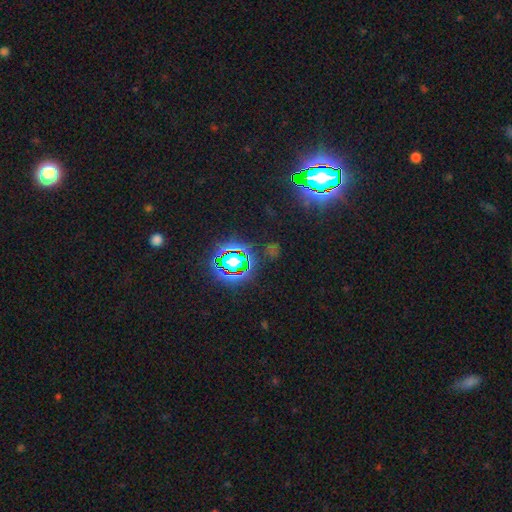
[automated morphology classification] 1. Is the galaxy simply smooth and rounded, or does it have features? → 81% star or artifact, 13% smooth, 6% featured or disk.